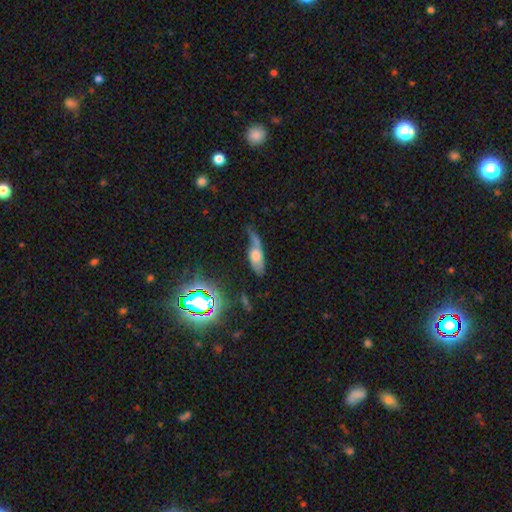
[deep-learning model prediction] Q: Smooth or featured?
A: smooth (47%); runner-up: featured or disk (42%)
Q: Merging?
A: minor disturbance (33%); runner-up: major disturbance (30%)